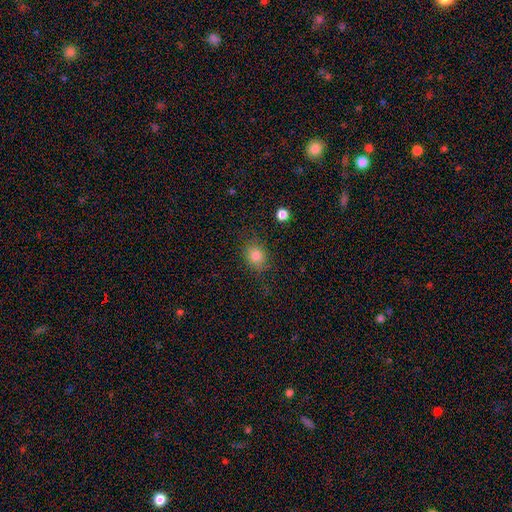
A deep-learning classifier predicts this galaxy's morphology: type=smooth (82%); roundness=in between (53%); merging=none (79%).